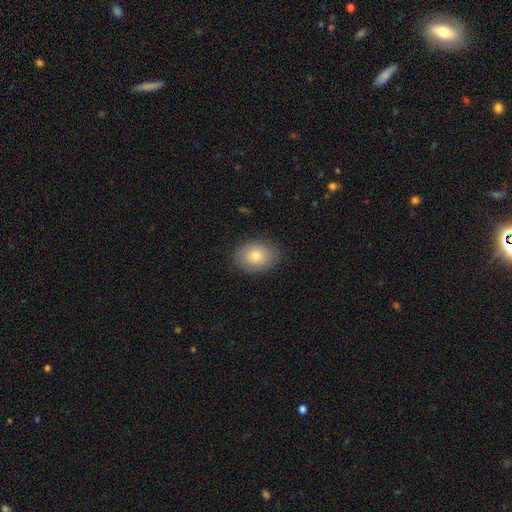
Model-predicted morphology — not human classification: smooth-or-featured: smooth: 75% | featured or disk: 16% | star or artifact: 9%
  how-rounded: in between: 61% | round: 38% | cigar-shaped: 1%
  merging: none: 84% | minor disturbance: 12% | major disturbance: 3% | merger: 1%